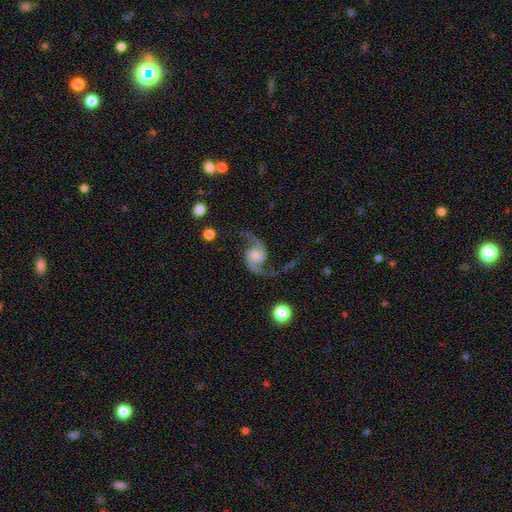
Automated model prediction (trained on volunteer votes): This is clearly a featured or disk galaxy (92%). It is clearly not viewed edge-on (98%). Bar: possibly no (55%). Spiral arm pattern: clearly yes (98%). Spiral arm count: clearly 2 (95%). Spiral winding: likely loose (71%). Central bulge: marginally none (36%). Merging: likely none (77%).